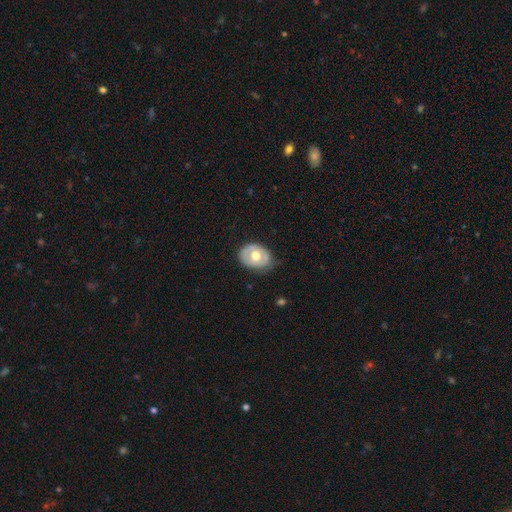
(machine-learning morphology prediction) This appears to be a smooth galaxy with no disk features (48%). Merging: none (69%).